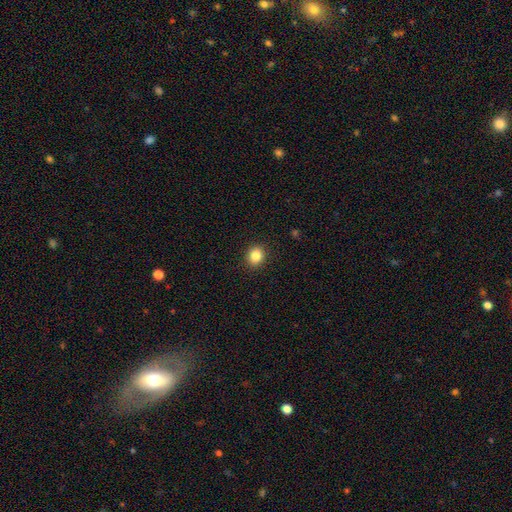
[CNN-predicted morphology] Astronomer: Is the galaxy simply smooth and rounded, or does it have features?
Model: smooth — 85%.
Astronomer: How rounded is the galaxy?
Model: round — 70%.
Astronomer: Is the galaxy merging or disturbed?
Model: none — 91%.